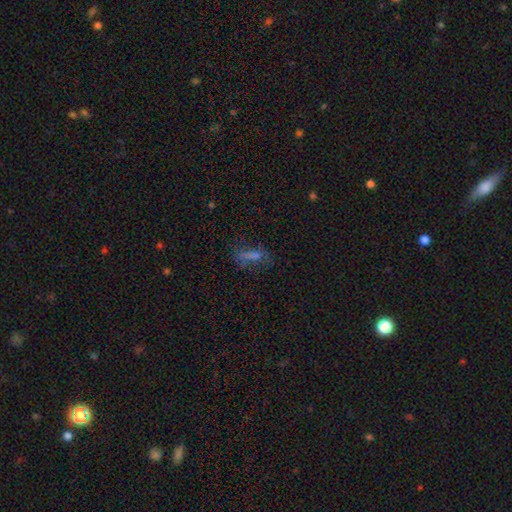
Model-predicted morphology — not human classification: Overall: smooth (49%; featured or disk 26%). Merging: none (59%; minor disturbance 21%).